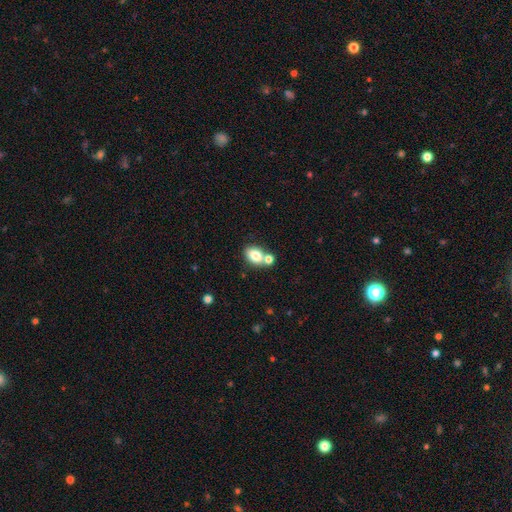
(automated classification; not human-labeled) Morphology: type=smooth (80%); roundness=in between (74%); merging=none (48%).